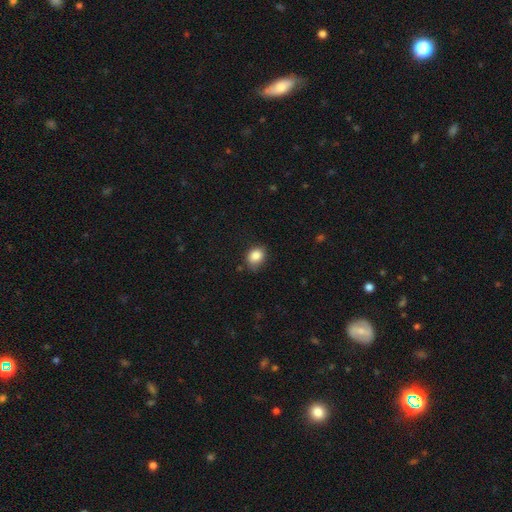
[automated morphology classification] Smooth or featured?
  - smooth: 86% *
  - star or artifact: 9%
  - featured or disk: 5%
How rounded?
  - in between: 52% *
  - round: 47%
  - cigar-shaped: 1%
Merging?
  - none: 69% *
  - minor disturbance: 25%
  - major disturbance: 4%
  - merger: 2%